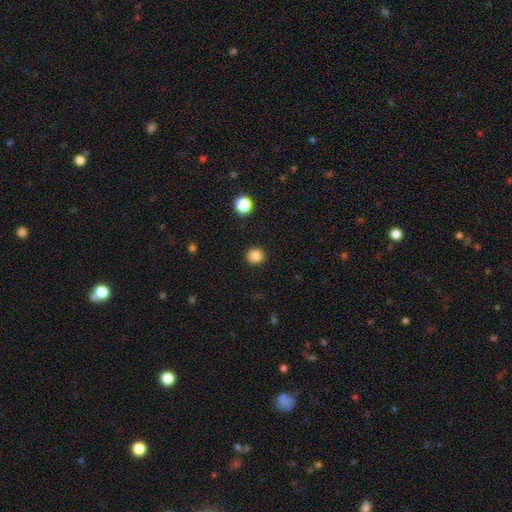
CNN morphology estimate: Overall: smooth (85%). How rounded: round (90%). Merging: none (92%).